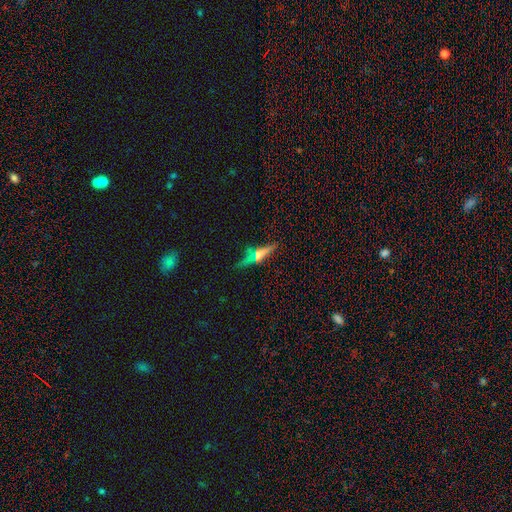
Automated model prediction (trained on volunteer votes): smooth_or_featured: featured or disk (p=0.61) [alt: smooth p=0.27]
disk_edge_on: yes (p=0.93) [alt: no p=0.07]
edge_on_bulge: rounded (p=0.87) [alt: none p=0.07]
merging: none (p=0.75) [alt: minor disturbance p=0.14]